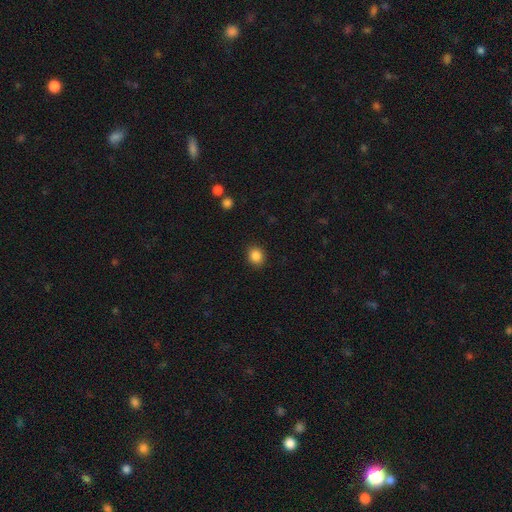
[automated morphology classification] Smooth or featured?
  - smooth: 86% *
  - star or artifact: 10%
  - featured or disk: 4%
How rounded?
  - round: 74% *
  - in between: 25%
  - cigar-shaped: 1%
Merging?
  - none: 89% *
  - minor disturbance: 7%
  - major disturbance: 2%
  - merger: 1%